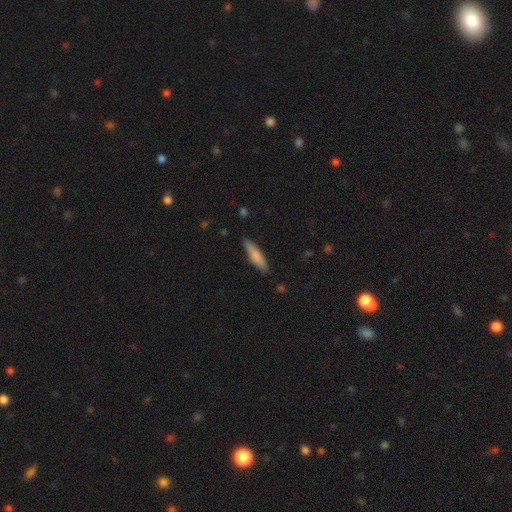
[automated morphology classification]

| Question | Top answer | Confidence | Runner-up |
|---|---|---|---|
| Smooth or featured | smooth | 77% | featured or disk (17%) |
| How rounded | cigar-shaped | 79% | in between (19%) |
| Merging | none | 85% | minor disturbance (12%) |